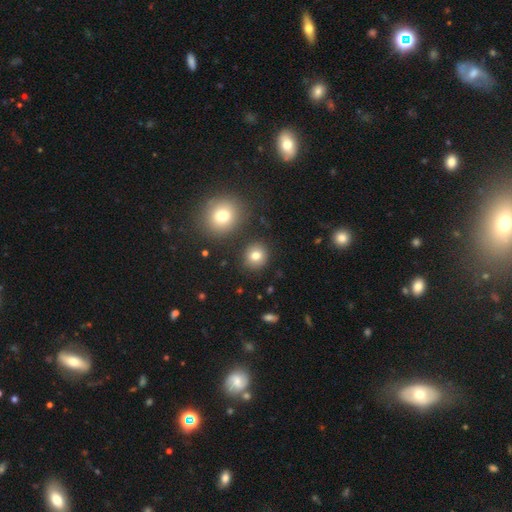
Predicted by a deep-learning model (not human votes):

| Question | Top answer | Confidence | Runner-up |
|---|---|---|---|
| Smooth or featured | smooth | 79% | star or artifact (12%) |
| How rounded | round | 87% | in between (12%) |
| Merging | none | 87% | minor disturbance (7%) |